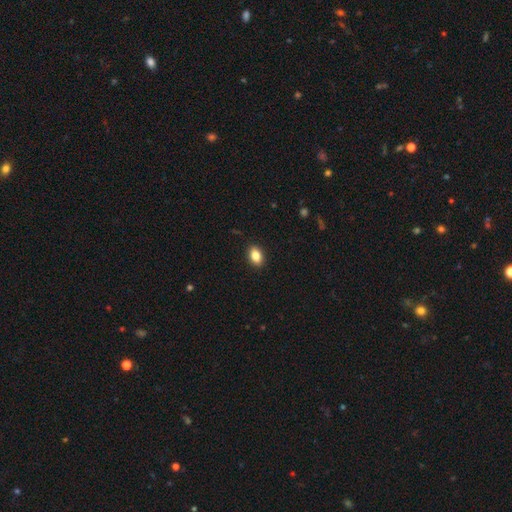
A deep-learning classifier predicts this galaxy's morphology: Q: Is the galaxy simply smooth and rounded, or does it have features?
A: smooth — 85%.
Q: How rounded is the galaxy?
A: in between — 82%.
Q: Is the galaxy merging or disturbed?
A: none — 90%.